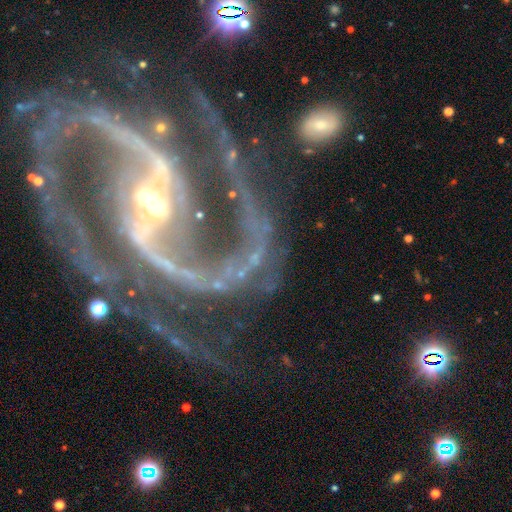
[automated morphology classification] Smooth or featured?
  - featured or disk: 91% *
  - star or artifact: 6%
  - smooth: 3%
Edge-on disk?
  - no: 97% *
  - yes: 3%
Bar?
  - strong: 64% *
  - weak: 25%
  - no: 11%
Spiral arms?
  - yes: 97% *
  - no: 3%
Spiral winding?
  - medium: 50% *
  - loose: 34%
  - tight: 16%
Spiral arm count?
  - 2: 82% *
  - can't tell: 4%
  - 3: 4%
  - 1: 4%
  - 4: 3%
  - more than 4: 3%
Bulge size?
  - small: 48% *
  - moderate: 42%
  - large: 6%
  - none: 3%
  - dominant: 2%
Merging?
  - none: 53% *
  - major disturbance: 24%
  - minor disturbance: 16%
  - merger: 7%